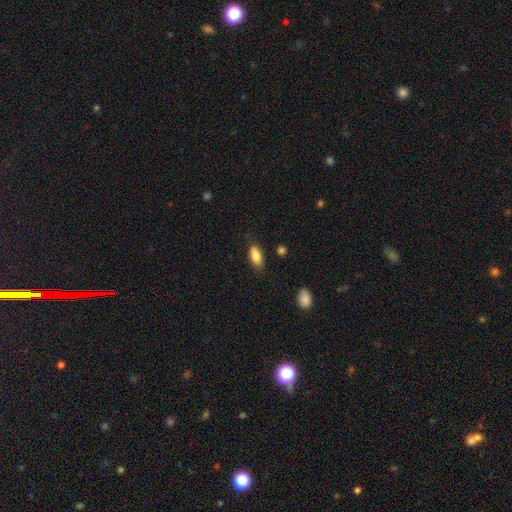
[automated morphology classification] Q: Smooth or featured?
A: smooth (84%); runner-up: featured or disk (9%)
Q: How rounded?
A: in between (84%); runner-up: cigar-shaped (13%)
Q: Merging?
A: none (78%); runner-up: minor disturbance (17%)